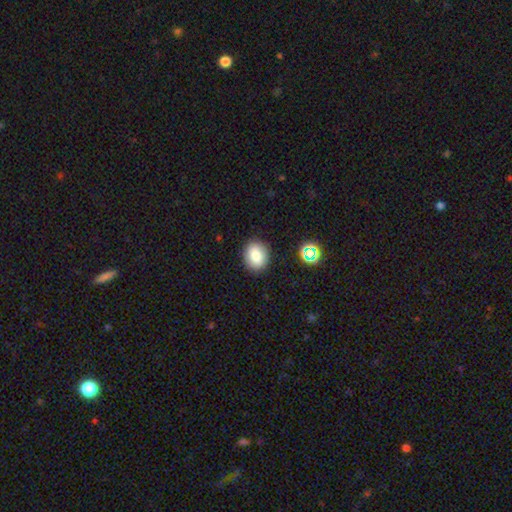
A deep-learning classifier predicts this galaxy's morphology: Smooth or featured? Predicted: smooth (p=0.83). How rounded? Predicted: in between (p=0.55). Merging? Predicted: none (p=0.87).